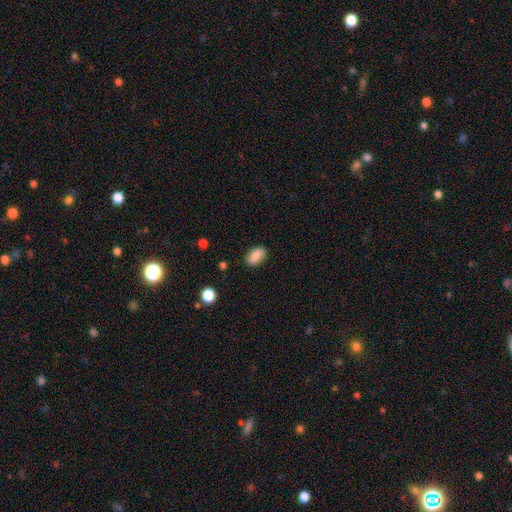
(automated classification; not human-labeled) This is likely a smooth galaxy (75%). How rounded: clearly in between (88%). Merging: clearly none (83%).